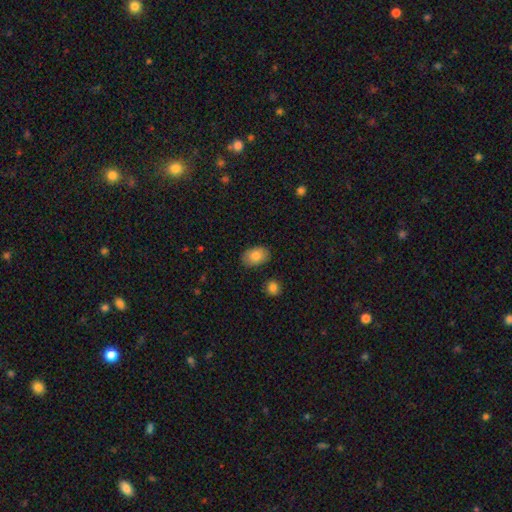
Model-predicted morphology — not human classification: smooth_or_featured: smooth (p=0.84) [alt: featured or disk p=0.09]
how_rounded: in between (p=0.87) [alt: round p=0.12]
merging: none (p=0.85) [alt: minor disturbance p=0.11]